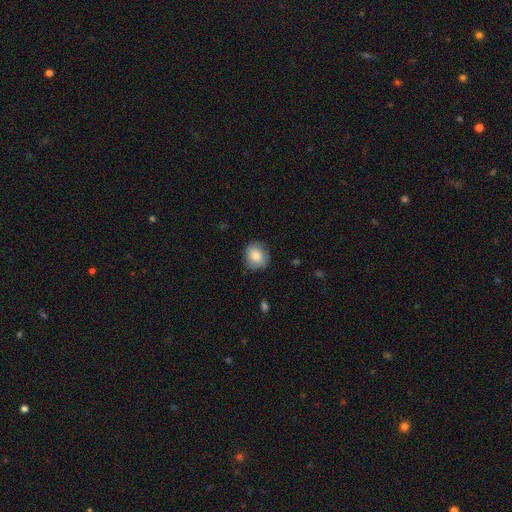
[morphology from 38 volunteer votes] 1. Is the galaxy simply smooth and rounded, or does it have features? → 89% smooth, 8% featured or disk, 3% star or artifact.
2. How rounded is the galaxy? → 88% round, 12% in between, 0% cigar-shaped.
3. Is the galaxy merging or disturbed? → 86% none, 8% minor disturbance, 3% major disturbance, 3% merger.